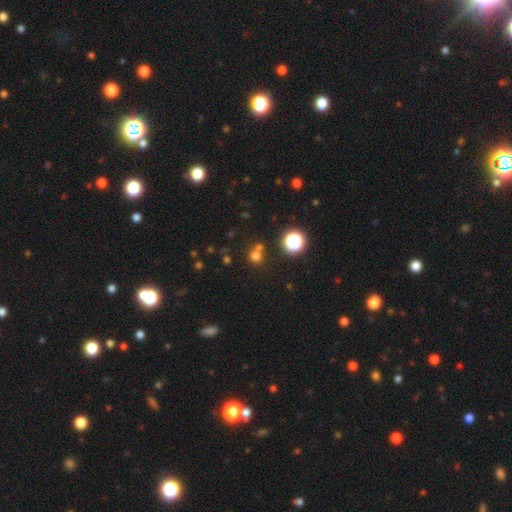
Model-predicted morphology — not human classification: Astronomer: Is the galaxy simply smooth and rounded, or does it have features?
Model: smooth — 67%.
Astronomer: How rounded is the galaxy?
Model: round — 90%.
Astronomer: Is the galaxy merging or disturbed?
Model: none — 62%.